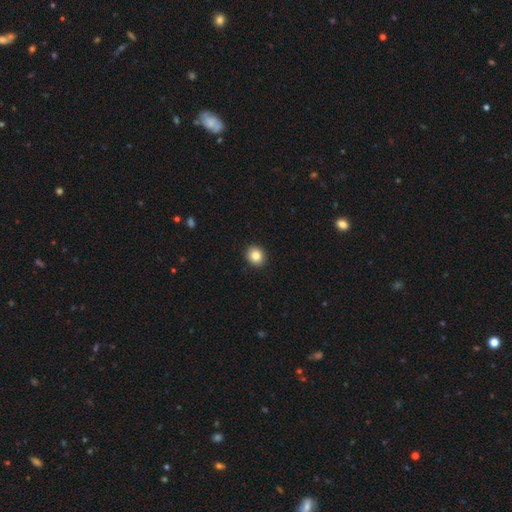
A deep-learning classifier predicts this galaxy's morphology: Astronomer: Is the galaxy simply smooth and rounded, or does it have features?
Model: smooth — 84%.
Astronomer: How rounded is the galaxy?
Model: round — 75%.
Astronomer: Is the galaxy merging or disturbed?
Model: none — 92%.